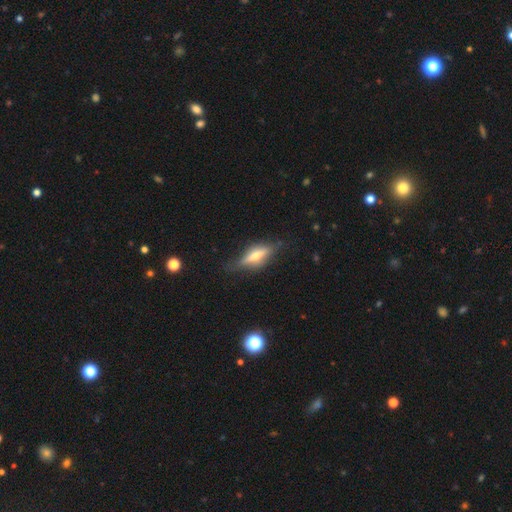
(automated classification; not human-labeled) featured or disk 63%, smooth 30%, star or artifact 8%. Down the decision tree: edge-on disk — yes (90%); edge-on bulge — rounded (83%); merging — none (75%).